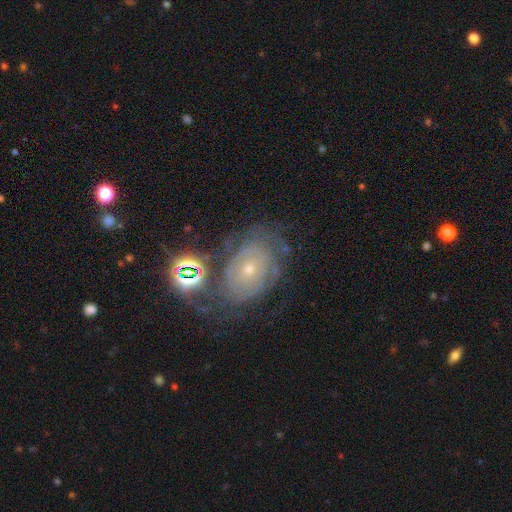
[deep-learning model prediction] A featured or disk galaxy (66%) with no bar (77%), tight (78%) spiral arms (87%) and a small central bulge (72%). Merging: none (70%).